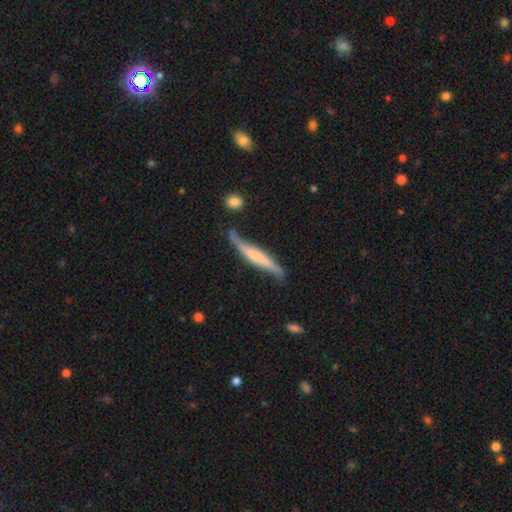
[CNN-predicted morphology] featured or disk 62%, smooth 29%, star or artifact 9%. Down the decision tree: edge-on disk — yes (86%); edge-on bulge — rounded (54%); merging — none (71%).